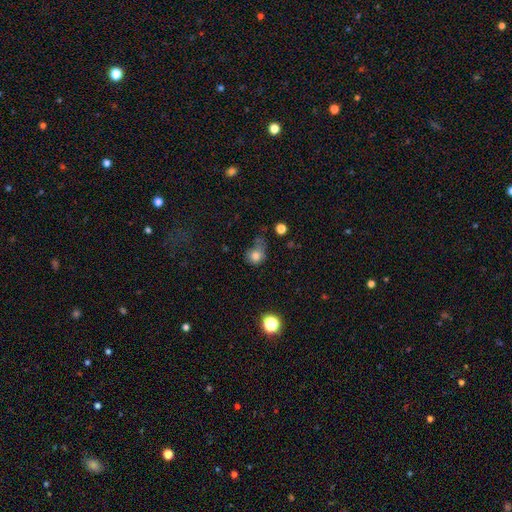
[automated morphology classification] smooth 77%, star or artifact 13%, featured or disk 10%. Down the decision tree: how rounded — round (70%); merging — none (35%).